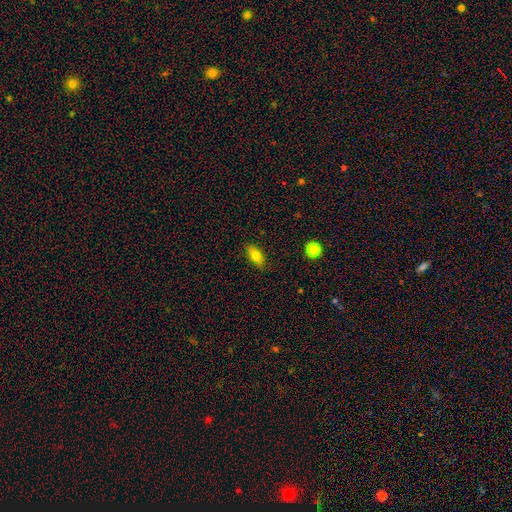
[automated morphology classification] Smooth or featured: smooth — 77% (featured or disk — 14%)
How rounded: in between — 81% (cigar-shaped — 14%)
Merging: none — 86% (minor disturbance — 11%)